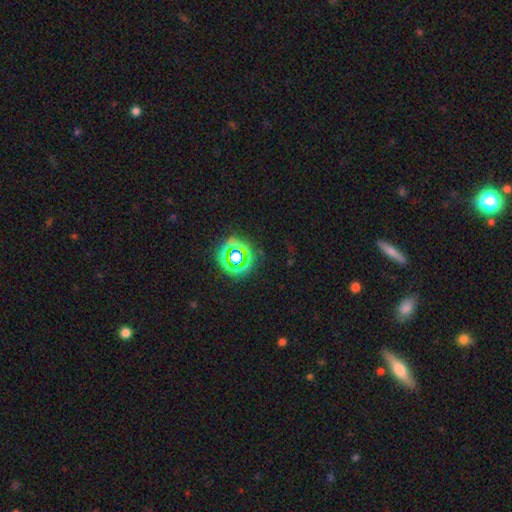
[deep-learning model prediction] Q: Smooth or featured?
A: star or artifact (52%); runner-up: smooth (39%)